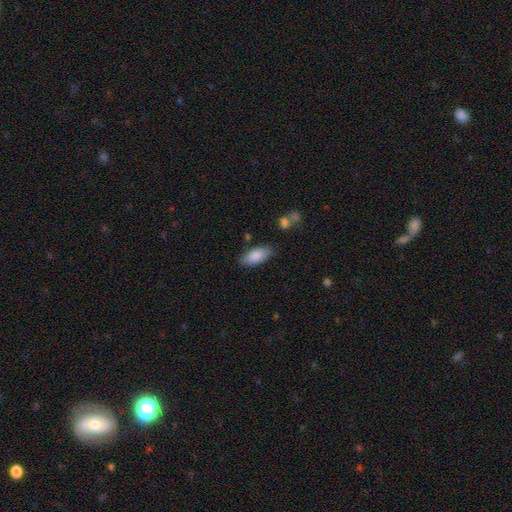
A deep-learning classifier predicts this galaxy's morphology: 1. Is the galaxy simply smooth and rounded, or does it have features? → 86% smooth, 8% featured or disk, 6% star or artifact.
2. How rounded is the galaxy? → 88% in between, 10% cigar-shaped, 2% round.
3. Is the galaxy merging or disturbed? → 81% none, 13% minor disturbance, 3% major disturbance, 2% merger.